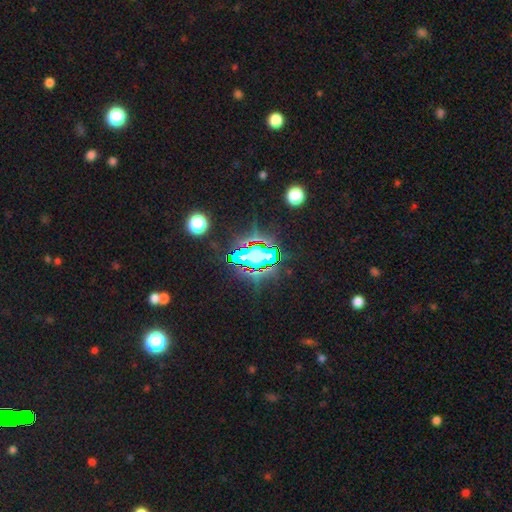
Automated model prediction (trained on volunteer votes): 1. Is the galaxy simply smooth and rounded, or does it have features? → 68% star or artifact, 19% smooth, 13% featured or disk.